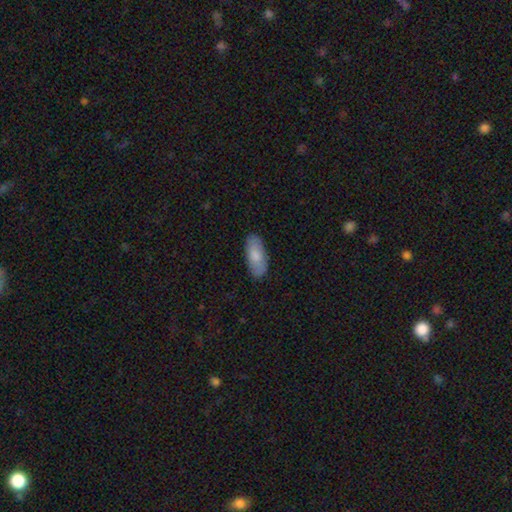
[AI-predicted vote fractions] Smooth or featured: smooth — 79% (featured or disk — 15%)
How rounded: in between — 87% (cigar-shaped — 11%)
Merging: none — 86% (minor disturbance — 11%)